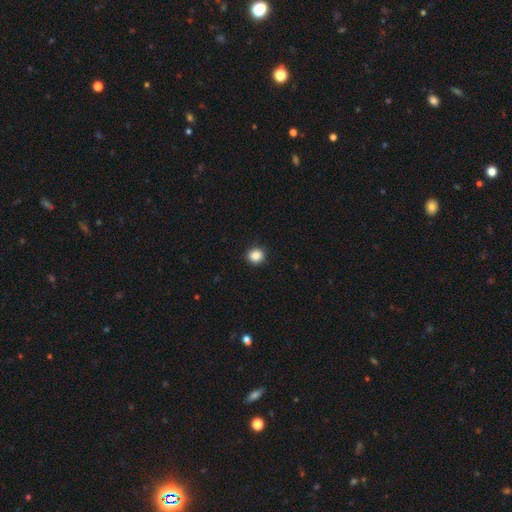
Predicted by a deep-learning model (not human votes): Morphology: type=smooth (86%); roundness=round (88%); merging=none (91%).